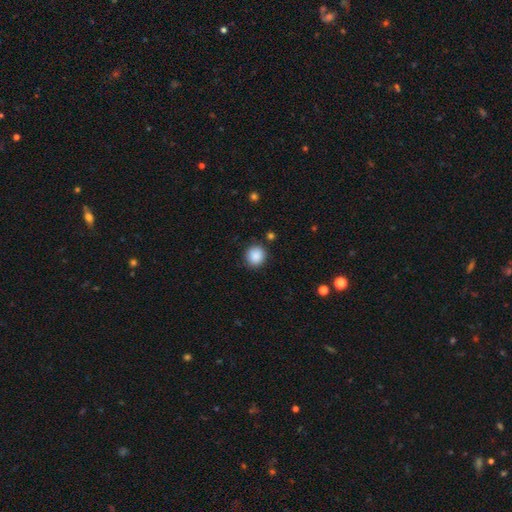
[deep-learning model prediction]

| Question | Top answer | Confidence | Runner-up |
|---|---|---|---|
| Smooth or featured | smooth | 89% | star or artifact (9%) |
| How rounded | round | 88% | in between (11%) |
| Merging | none | 88% | minor disturbance (8%) |